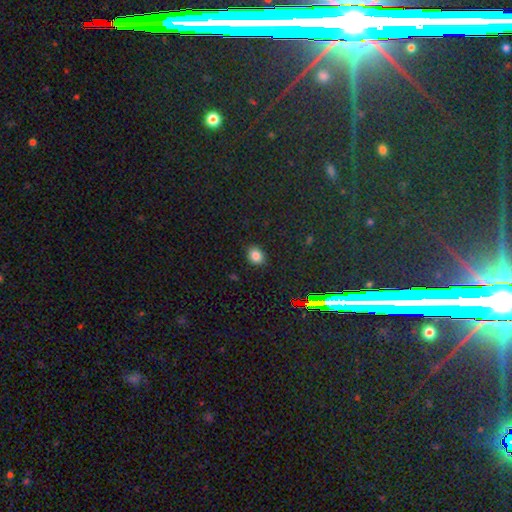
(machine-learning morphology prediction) Smooth or featured? smooth (82%)
How rounded? in between (56%)
Merging? none (86%)